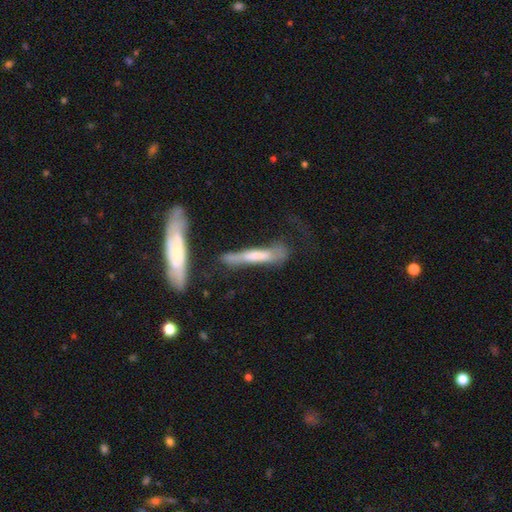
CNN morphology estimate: Smooth or featured? featured or disk (55%)
Edge-on disk? yes (60%)
Merging? none (47%)